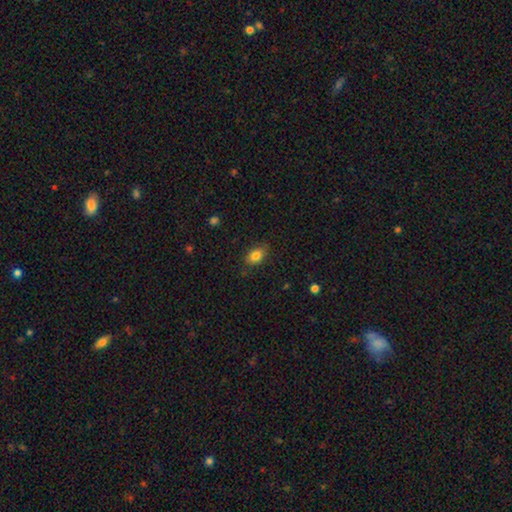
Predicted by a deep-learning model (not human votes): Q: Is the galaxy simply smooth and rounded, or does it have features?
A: smooth — 83%.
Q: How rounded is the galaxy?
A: in between — 84%.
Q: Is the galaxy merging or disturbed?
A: none — 82%.